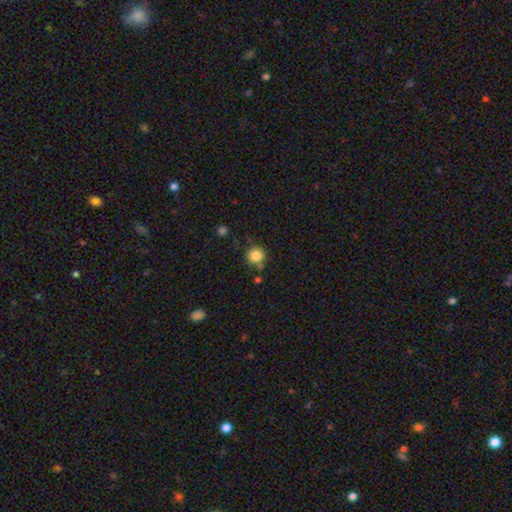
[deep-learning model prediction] Smooth or featured? smooth (84%)
How rounded? round (92%)
Merging? none (75%)